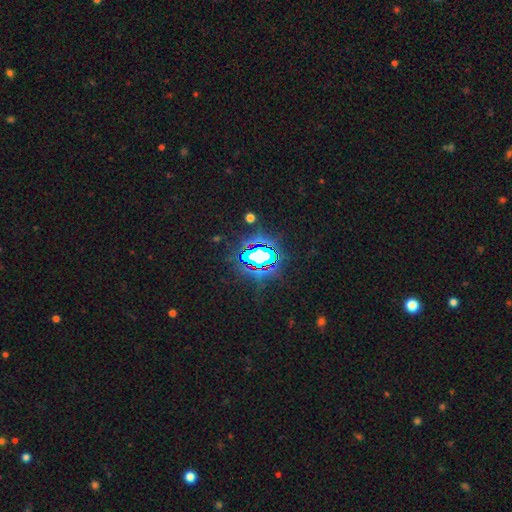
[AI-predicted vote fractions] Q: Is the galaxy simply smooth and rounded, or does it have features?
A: star or artifact — 72%.